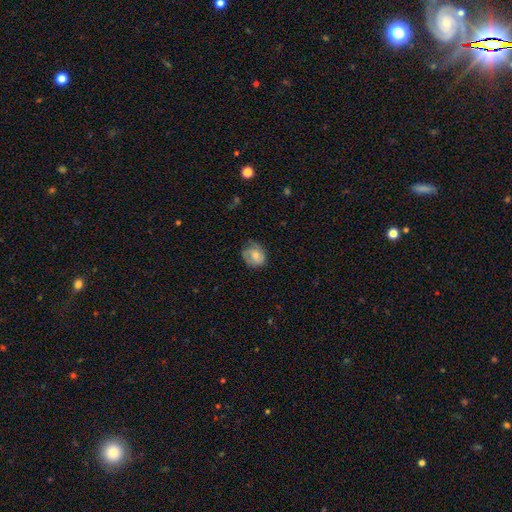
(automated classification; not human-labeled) The model was most divided on "merging": none: 61%, minor disturbance: 28%, major disturbance: 10%, merger: 1%. More confident: how rounded — round (67%); smooth or featured — smooth (63%).